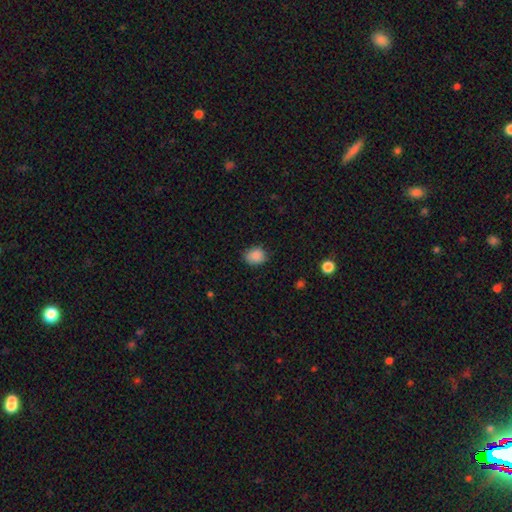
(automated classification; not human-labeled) The model was most divided on "how rounded": round: 53%, in between: 47%, cigar-shaped: 1%. More confident: smooth or featured — smooth (88%); merging — none (80%).